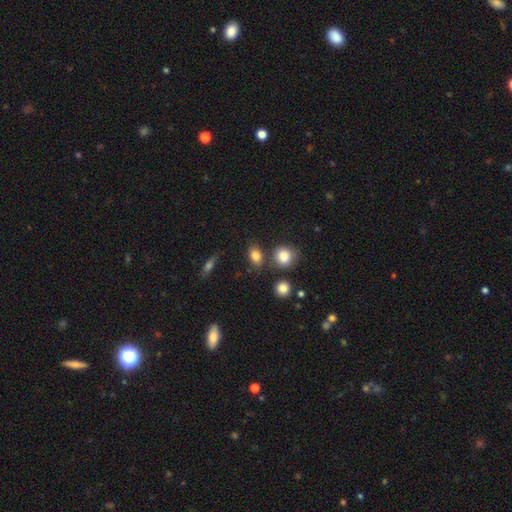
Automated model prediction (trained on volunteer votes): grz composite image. It shows a smooth galaxy with no disk features (81%) that is in between round and cigar-shaped (67%). Merging: none (72%).